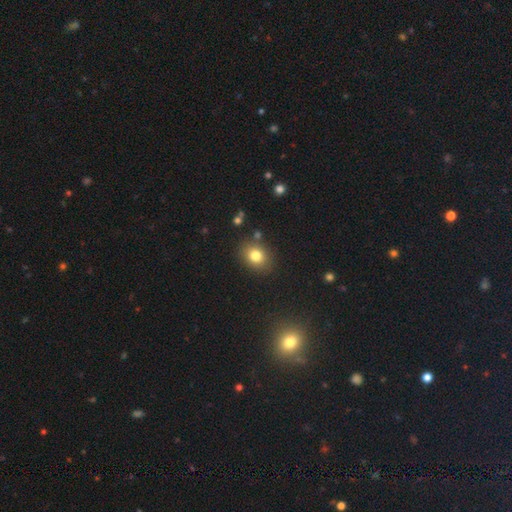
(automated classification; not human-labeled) A smooth galaxy with no disk features (79%) that is round (53%).

Vote fractions:
- Smooth or featured? smooth: 79% / star or artifact: 12% / featured or disk: 9%
- How rounded? round: 53% / in between: 46% / cigar-shaped: 1%
- Merging? none: 82% / minor disturbance: 10% / merger: 4% / major disturbance: 3%